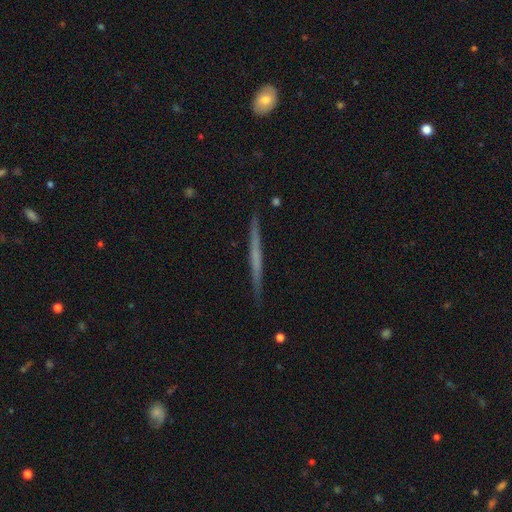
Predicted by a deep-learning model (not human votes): This appears to be a featured or disk galaxy (60%) viewed edge-on (98%) with no central bulge (86%). Merging: none (91%).